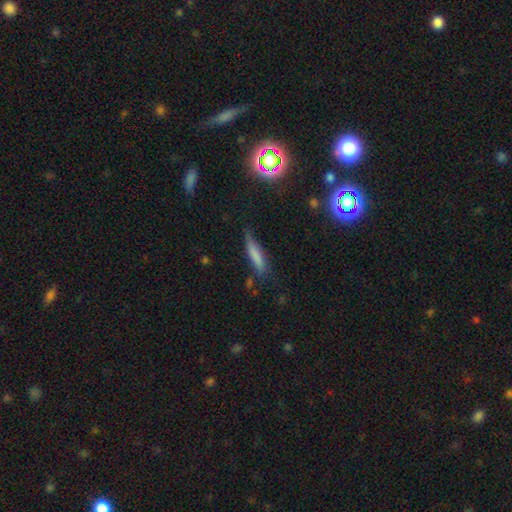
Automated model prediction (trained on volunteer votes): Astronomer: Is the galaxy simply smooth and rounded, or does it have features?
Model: smooth — 75%.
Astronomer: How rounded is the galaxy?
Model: cigar-shaped — 78%.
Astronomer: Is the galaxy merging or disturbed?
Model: none — 65%.